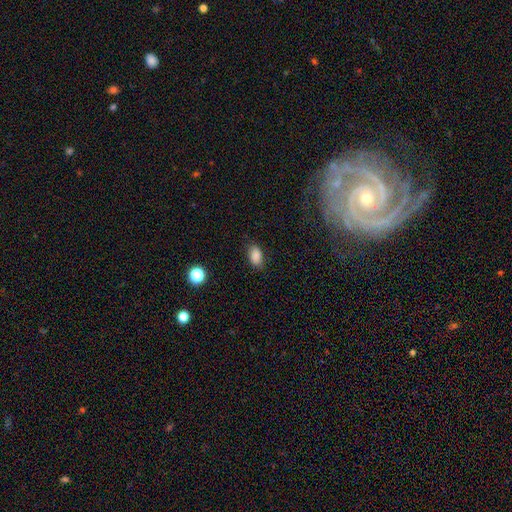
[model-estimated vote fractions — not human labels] smooth-or-featured: smooth: 87% | star or artifact: 9% | featured or disk: 4%
  how-rounded: in between: 89% | round: 9% | cigar-shaped: 2%
  merging: none: 82% | minor disturbance: 13% | major disturbance: 3% | merger: 1%